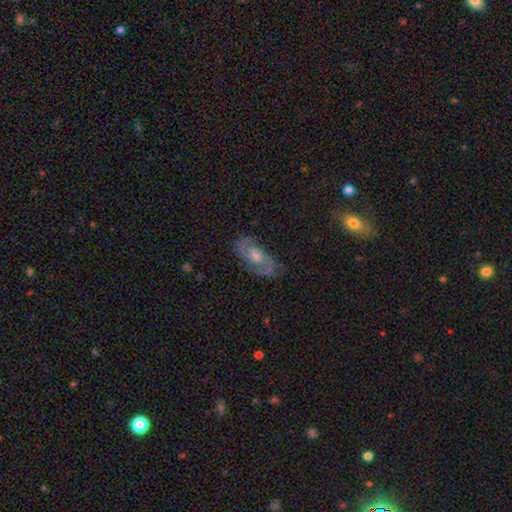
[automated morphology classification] featured or disk 77%, smooth 16%, star or artifact 8%. Down the decision tree: edge-on disk — no (93%); bar — no (60%); spiral arms — yes (90%); spiral arm count — 2 (80%); spiral winding — medium (49%); bulge size — moderate (61%); merging — none (75%).